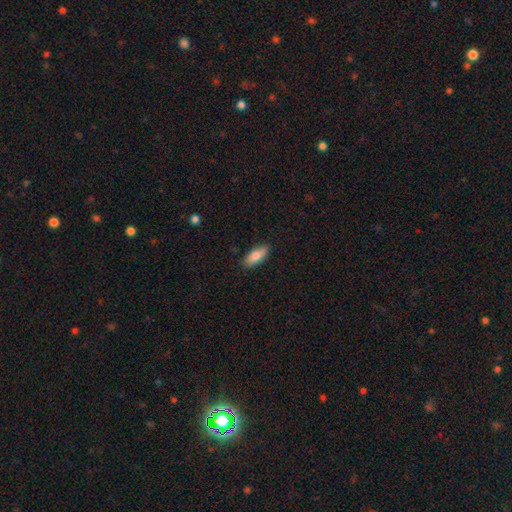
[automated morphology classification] Q: Smooth or featured?
A: smooth (81%); runner-up: featured or disk (13%)
Q: How rounded?
A: in between (76%); runner-up: cigar-shaped (22%)
Q: Merging?
A: none (87%); runner-up: minor disturbance (10%)